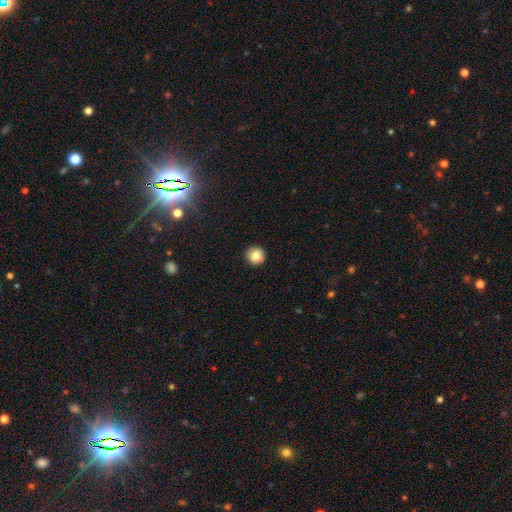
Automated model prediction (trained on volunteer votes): This is clearly a smooth galaxy (84%). How rounded: clearly round (93%). Merging: clearly none (91%).